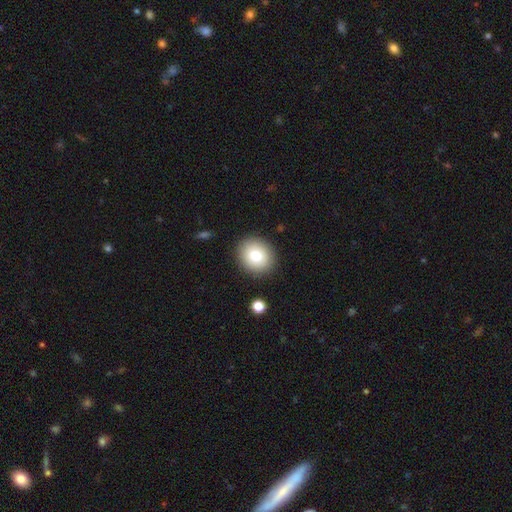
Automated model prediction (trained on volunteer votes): Overall: smooth (77%). How rounded: round (77%). Merging: none (89%).